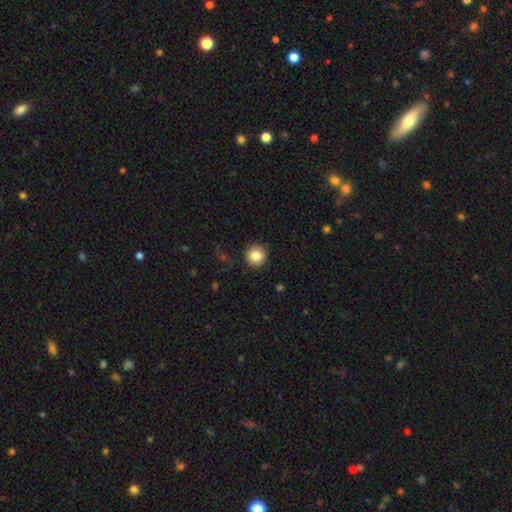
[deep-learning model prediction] Overall: smooth (85%). How rounded: round (94%). Merging: none (89%).